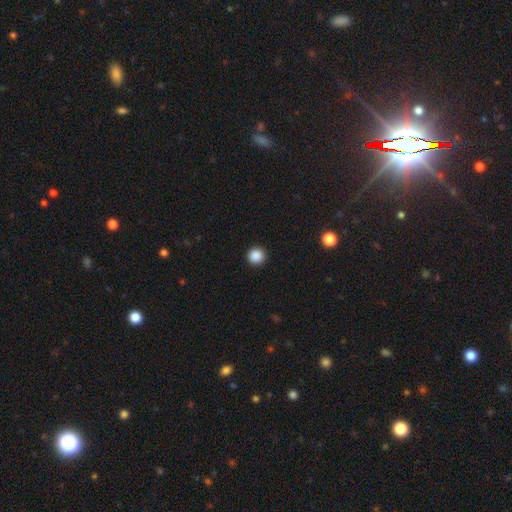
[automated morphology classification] Smooth or featured? Predicted: smooth (p=0.88). How rounded? Predicted: round (p=0.95). Merging? Predicted: none (p=0.92).